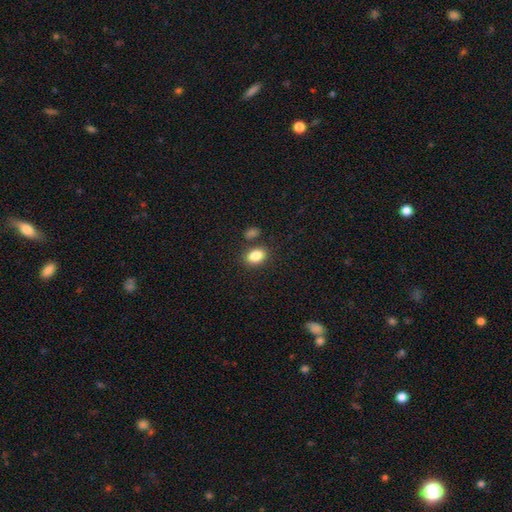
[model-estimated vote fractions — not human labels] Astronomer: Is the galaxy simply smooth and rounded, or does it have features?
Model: smooth — 86%.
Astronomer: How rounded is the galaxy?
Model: in between — 78%.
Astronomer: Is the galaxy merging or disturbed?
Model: none — 77%.